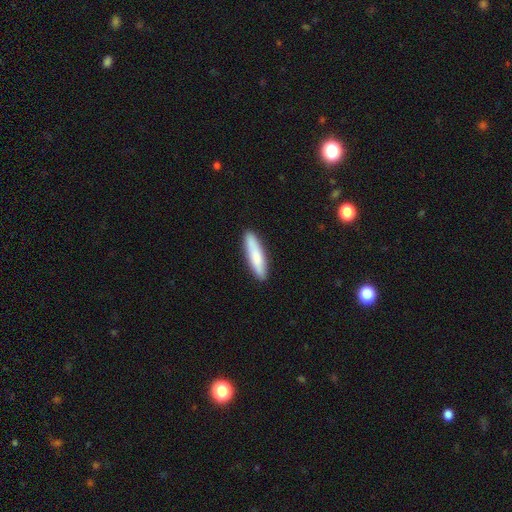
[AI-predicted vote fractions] smooth 79%, featured or disk 16%, star or artifact 5%. Down the decision tree: how rounded — cigar-shaped (82%); merging — none (90%).